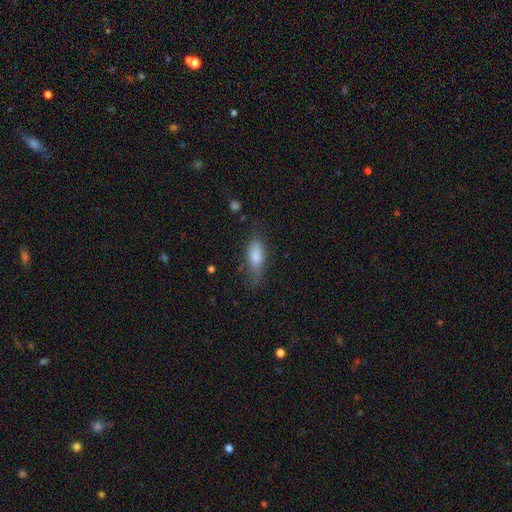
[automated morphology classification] Overall: smooth (82%). How rounded: in between (83%). Merging: none (58%; minor disturbance 30%).